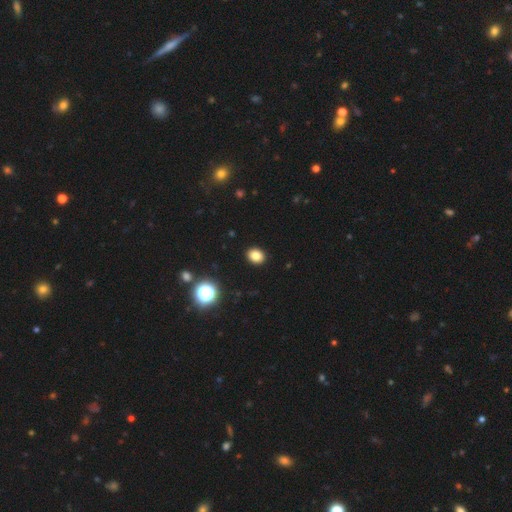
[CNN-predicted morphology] smooth-or-featured: smooth: 82% | star or artifact: 12% | featured or disk: 6%
  how-rounded: round: 54% | in between: 45% | cigar-shaped: 1%
  merging: none: 92% | minor disturbance: 6% | major disturbance: 2% | merger: 1%